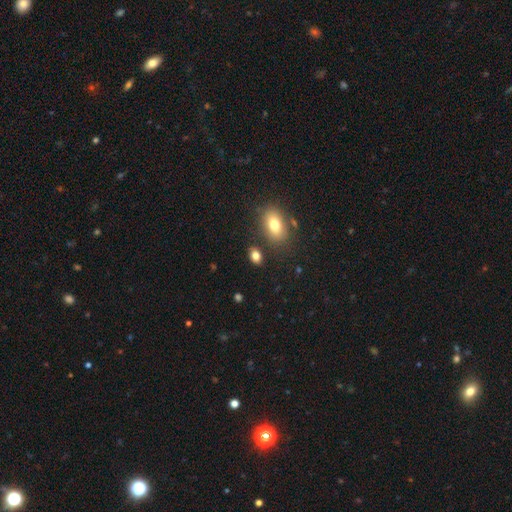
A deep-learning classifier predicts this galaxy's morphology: Smooth or featured?
  - smooth: 81% *
  - star or artifact: 11%
  - featured or disk: 8%
How rounded?
  - in between: 79% *
  - round: 18%
  - cigar-shaped: 2%
Merging?
  - none: 80% *
  - minor disturbance: 11%
  - merger: 5%
  - major disturbance: 3%